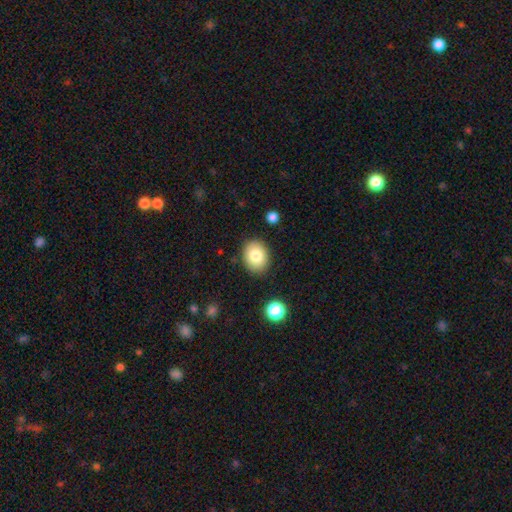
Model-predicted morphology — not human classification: Q: Smooth or featured?
A: smooth (83%); runner-up: featured or disk (9%)
Q: How rounded?
A: in between (59%); runner-up: round (40%)
Q: Merging?
A: none (86%); runner-up: minor disturbance (9%)